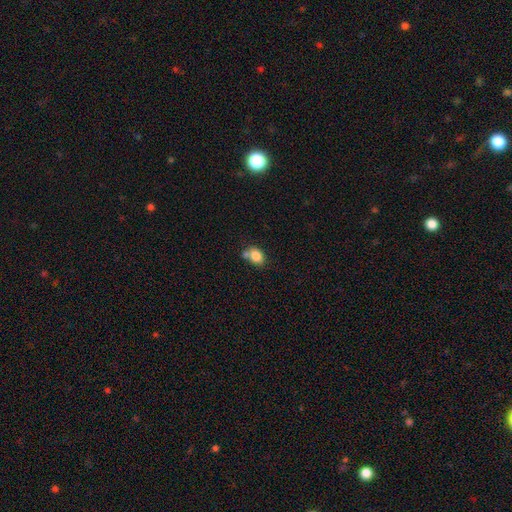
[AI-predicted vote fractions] Smooth or featured? smooth (82%)
How rounded? in between (65%)
Merging? none (53%)